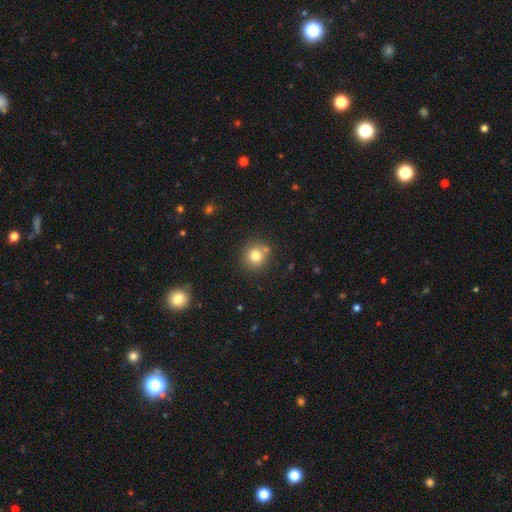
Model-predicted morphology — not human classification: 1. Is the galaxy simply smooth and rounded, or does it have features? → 79% smooth, 13% star or artifact, 8% featured or disk.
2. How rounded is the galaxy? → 91% round, 8% in between, 1% cigar-shaped.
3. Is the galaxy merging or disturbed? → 76% none, 11% merger, 10% minor disturbance, 3% major disturbance.